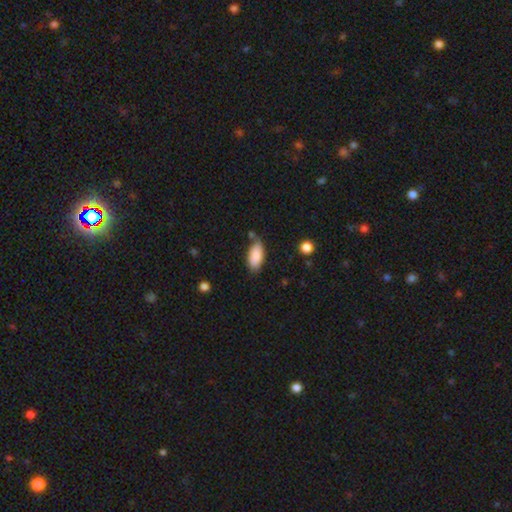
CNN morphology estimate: This is clearly a smooth galaxy (88%). How rounded: clearly in between (89%). Merging: likely none (73%).